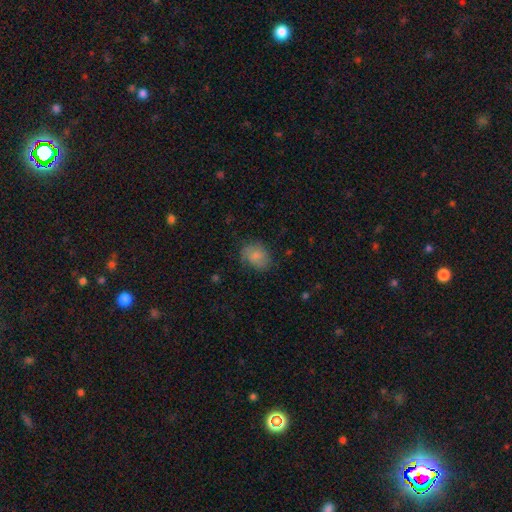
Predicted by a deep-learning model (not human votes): A smooth galaxy with no disk features (79%) that is in between round and cigar-shaped (65%). Merging: none (66%).